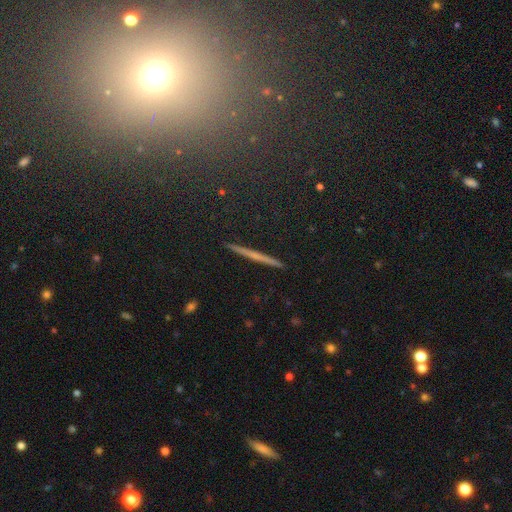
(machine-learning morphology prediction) Q: Smooth or featured?
A: featured or disk (54%); runner-up: smooth (33%)
Q: Edge-on disk?
A: yes (97%); runner-up: no (3%)
Q: Edge-on bulge?
A: none (76%); runner-up: rounded (19%)
Q: Merging?
A: none (93%); runner-up: minor disturbance (5%)